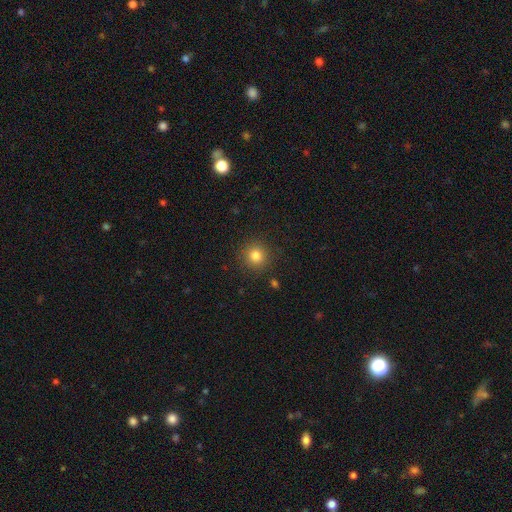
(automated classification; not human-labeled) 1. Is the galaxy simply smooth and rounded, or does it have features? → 82% smooth, 12% star or artifact, 6% featured or disk.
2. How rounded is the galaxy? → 92% round, 7% in between, 1% cigar-shaped.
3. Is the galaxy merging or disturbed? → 90% none, 6% minor disturbance, 2% major disturbance, 1% merger.